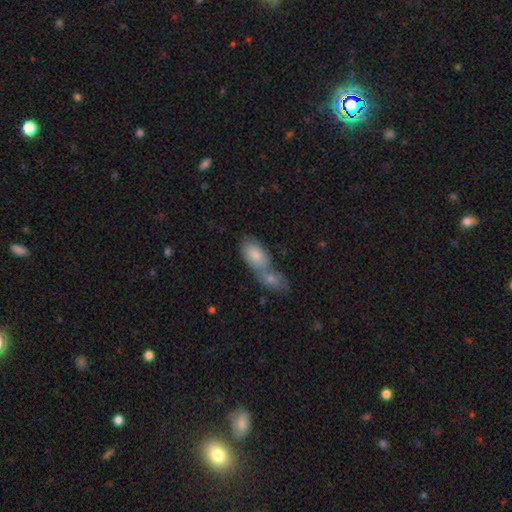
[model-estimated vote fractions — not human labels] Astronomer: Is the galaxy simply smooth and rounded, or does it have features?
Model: smooth — 79%.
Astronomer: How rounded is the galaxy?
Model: in between — 91%.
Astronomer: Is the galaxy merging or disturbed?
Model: merger — 64%.